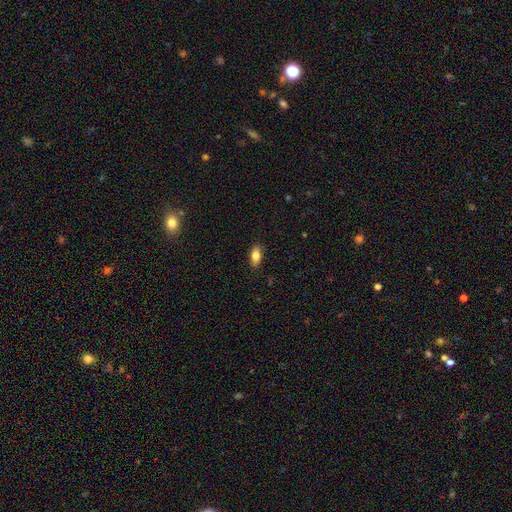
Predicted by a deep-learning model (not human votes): A smooth galaxy with no disk features (83%) that is in between round and cigar-shaped (88%).

Vote fractions:
- Smooth or featured? smooth: 83% / featured or disk: 10% / star or artifact: 8%
- How rounded? in between: 88% / cigar-shaped: 8% / round: 4%
- Merging? none: 88% / minor disturbance: 9% / major disturbance: 2% / merger: 1%